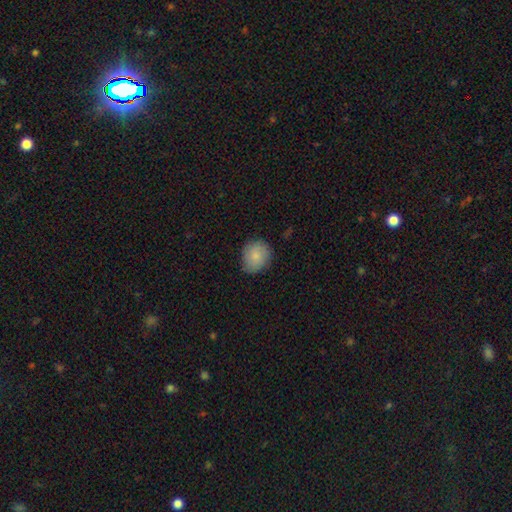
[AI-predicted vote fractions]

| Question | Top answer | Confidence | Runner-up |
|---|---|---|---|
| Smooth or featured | smooth | 84% | featured or disk (10%) |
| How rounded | round | 69% | in between (30%) |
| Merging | none | 79% | minor disturbance (17%) |